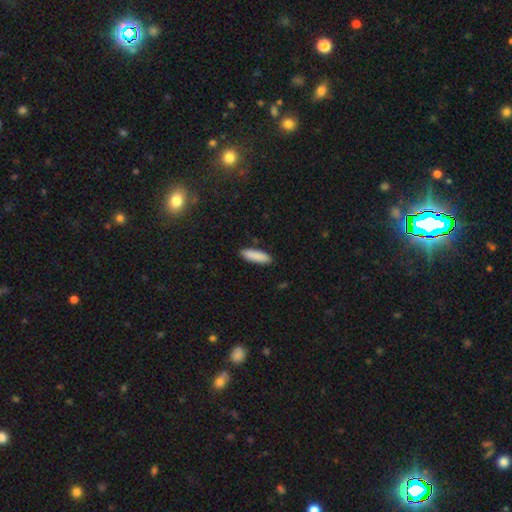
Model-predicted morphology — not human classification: A smooth galaxy with no disk features (89%) that is cigar-shaped (58%). Merging: none (88%).